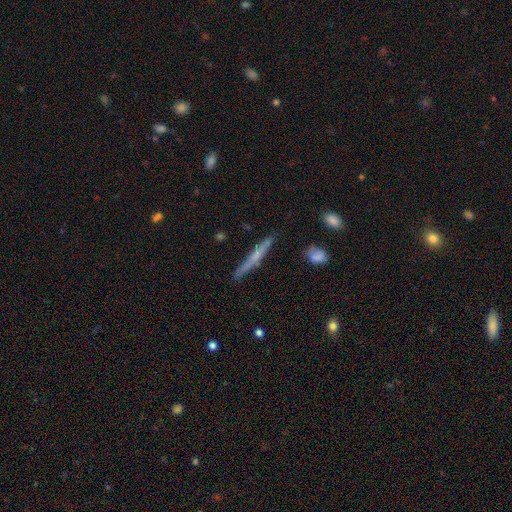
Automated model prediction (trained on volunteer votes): smooth-or-featured: featured or disk: 55% | smooth: 39% | star or artifact: 7%
  disk-edge-on: yes: 97% | no: 3%
    edge-on-bulge: rounded: 49% | none: 43% | boxy: 7%
  merging: none: 86% | minor disturbance: 10% | major disturbance: 2% | merger: 2%